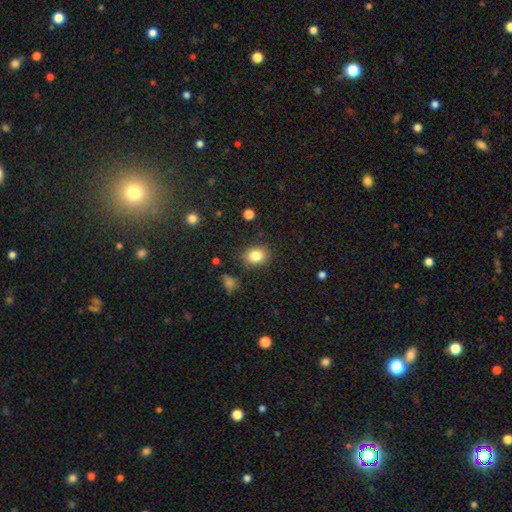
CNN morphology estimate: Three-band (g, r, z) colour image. It shows a smooth galaxy with no disk features (84%) that is round (50%). Merging: none (84%).